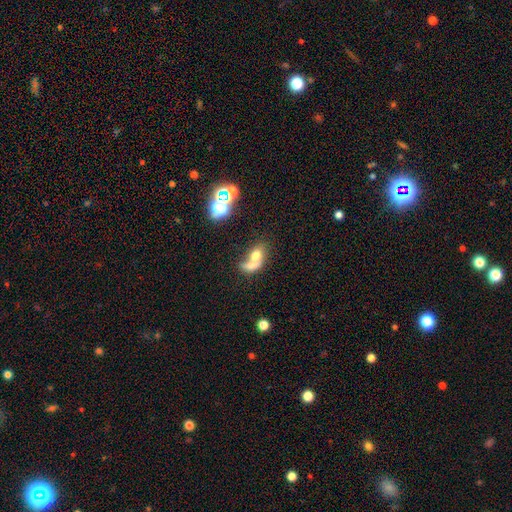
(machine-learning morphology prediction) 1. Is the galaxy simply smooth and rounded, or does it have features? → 62% smooth, 24% featured or disk, 14% star or artifact.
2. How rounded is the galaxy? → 63% in between, 34% round, 3% cigar-shaped.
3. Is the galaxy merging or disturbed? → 65% merger, 18% none, 9% major disturbance, 7% minor disturbance.